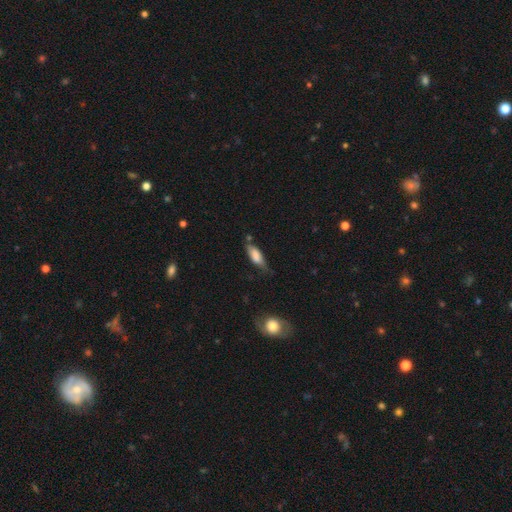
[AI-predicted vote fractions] smooth-or-featured: smooth: 75% | featured or disk: 18% | star or artifact: 7%
  how-rounded: in between: 65% | cigar-shaped: 33% | round: 2%
  merging: none: 51% | minor disturbance: 34% | major disturbance: 9% | merger: 6%